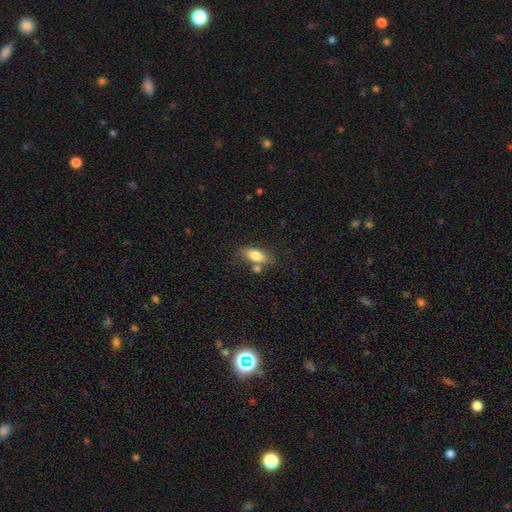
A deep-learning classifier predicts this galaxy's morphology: Q: Smooth or featured?
A: smooth (78%); runner-up: featured or disk (15%)
Q: How rounded?
A: in between (80%); runner-up: cigar-shaped (15%)
Q: Merging?
A: none (64%); runner-up: merger (16%)